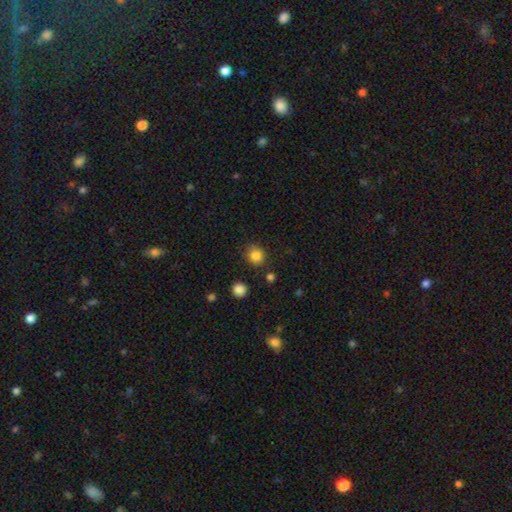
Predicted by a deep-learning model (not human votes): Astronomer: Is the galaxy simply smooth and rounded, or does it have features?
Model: smooth — 84%.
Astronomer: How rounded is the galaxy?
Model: round — 82%.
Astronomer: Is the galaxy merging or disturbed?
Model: none — 83%.